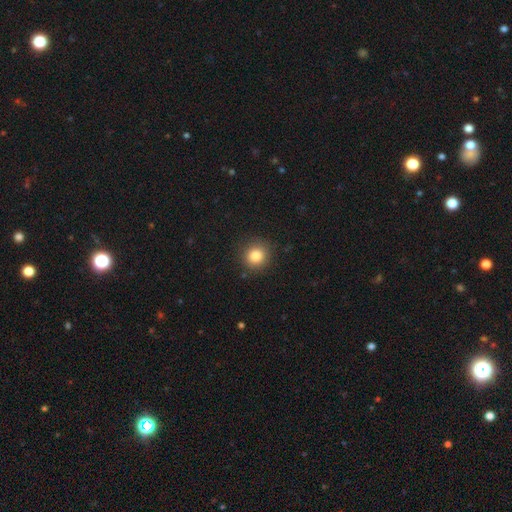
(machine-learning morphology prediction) type=smooth (84%); roundness=round (91%); merging=none (89%).